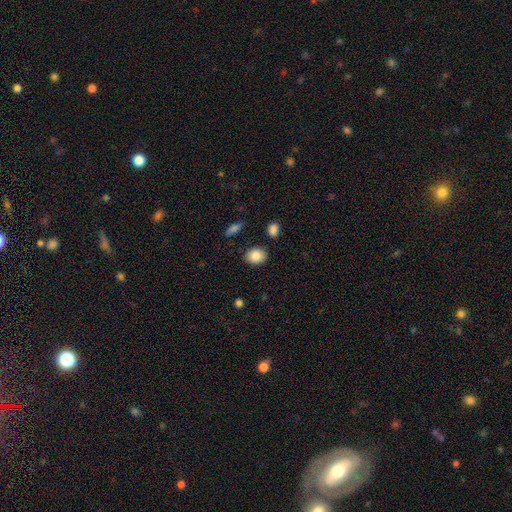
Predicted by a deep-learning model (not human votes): This appears to be a smooth galaxy with no disk features (86%) that is in between round and cigar-shaped (56%). Merging: none (85%).